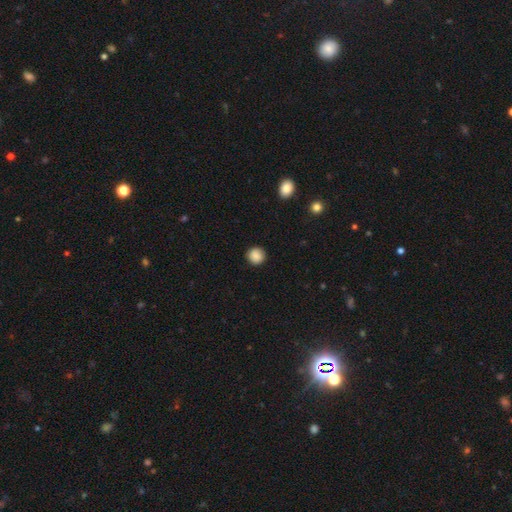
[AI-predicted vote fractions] The model was most divided on "smooth or featured": smooth: 88%, star or artifact: 9%, featured or disk: 3%. More confident: how rounded — round (94%); merging — none (91%).